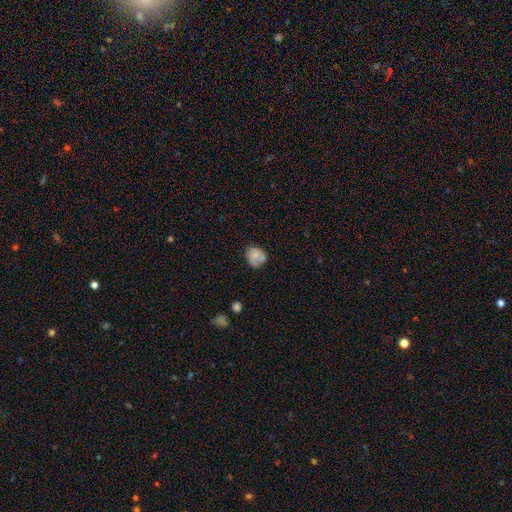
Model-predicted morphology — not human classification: This is likely a smooth galaxy (68%). How rounded: likely round (67%). Merging: possibly none (58%).